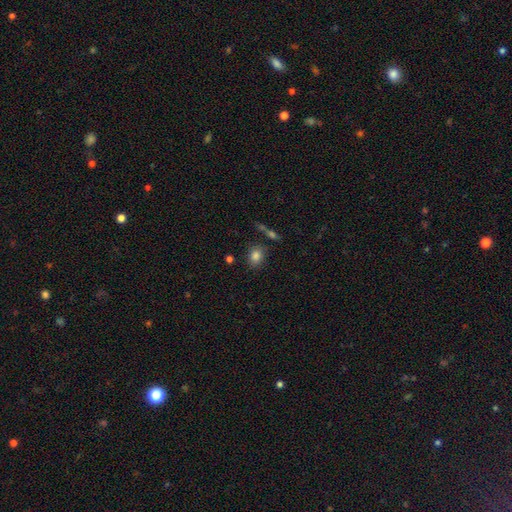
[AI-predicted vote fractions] Overall: smooth (83%). How rounded: round (51%; in between 47%). Merging: none (77%).